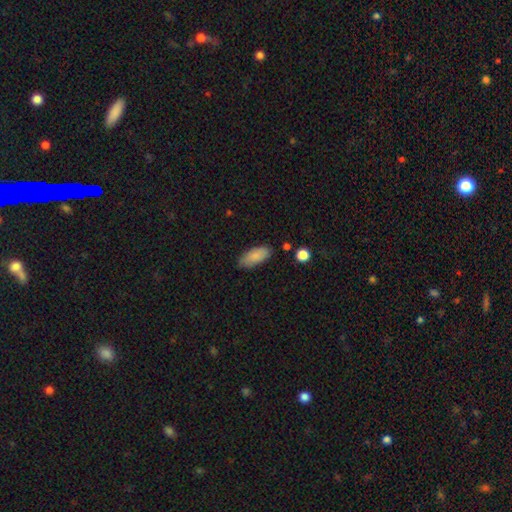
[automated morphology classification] This appears to be a smooth galaxy with no disk features (86%) that is in between round and cigar-shaped (83%). Merging: none (80%).